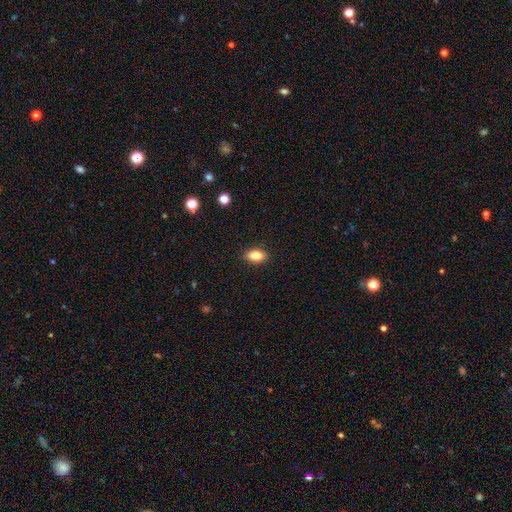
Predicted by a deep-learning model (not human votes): Morphology: type=smooth (82%); roundness=in between (85%); merging=none (89%).